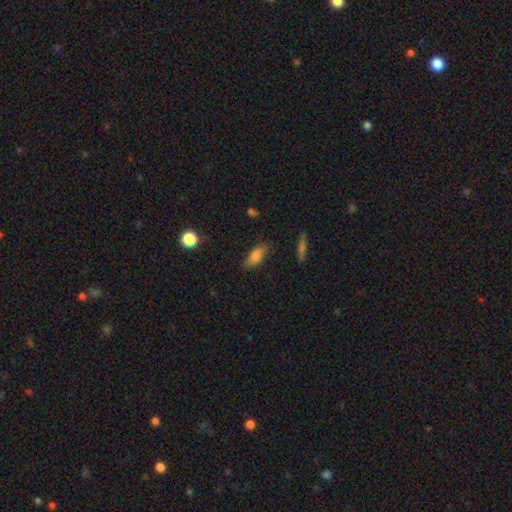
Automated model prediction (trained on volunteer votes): Morphology: type=smooth (80%); roundness=in between (79%); merging=none (79%).